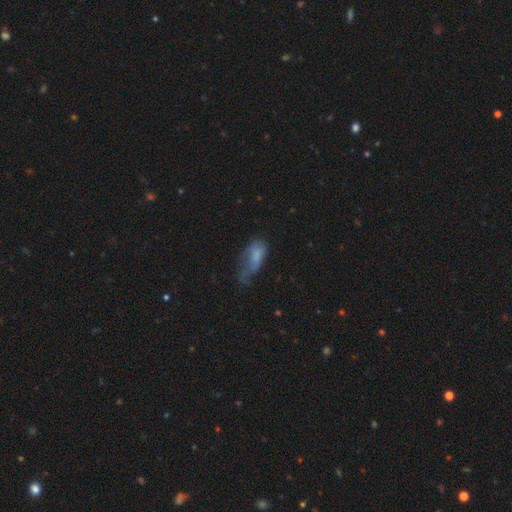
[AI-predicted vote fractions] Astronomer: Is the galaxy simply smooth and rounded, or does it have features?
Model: smooth — 68%.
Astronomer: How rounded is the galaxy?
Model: in between — 79%.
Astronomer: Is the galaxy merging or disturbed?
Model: major disturbance — 41% (runner-up: minor disturbance, 32%).